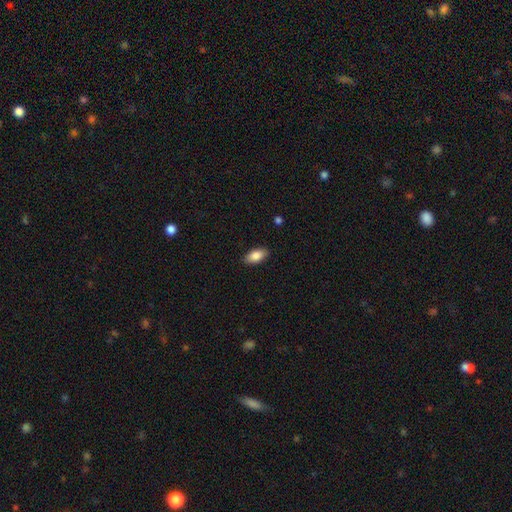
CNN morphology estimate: This is clearly a smooth galaxy (85%). How rounded: clearly in between (91%). Merging: clearly none (88%).